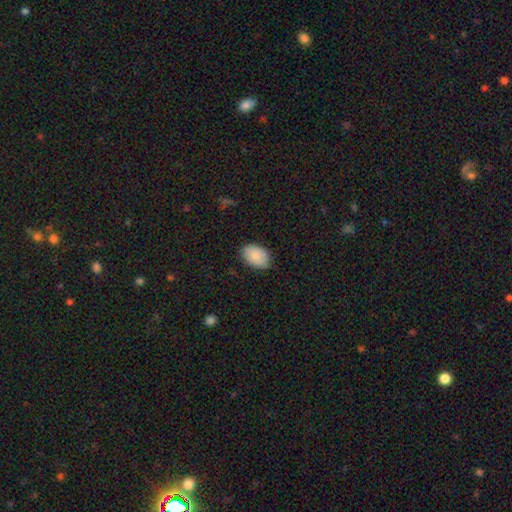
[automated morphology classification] smooth_or_featured: smooth (p=0.87) [alt: star or artifact p=0.07]
how_rounded: in between (p=0.88) [alt: round p=0.11]
merging: none (p=0.85) [alt: minor disturbance p=0.12]